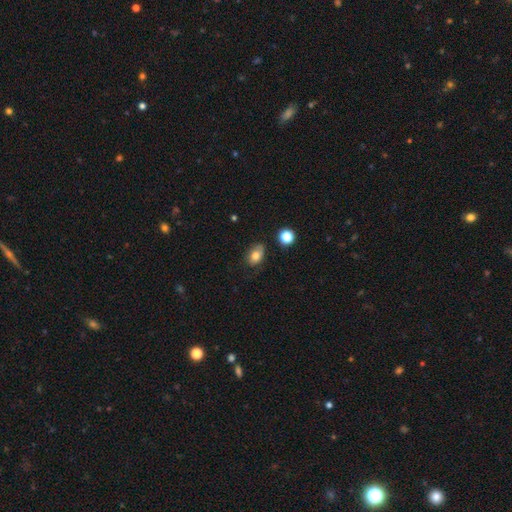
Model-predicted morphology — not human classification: Smooth or featured? smooth (78%)
How rounded? in between (79%)
Merging? none (66%)